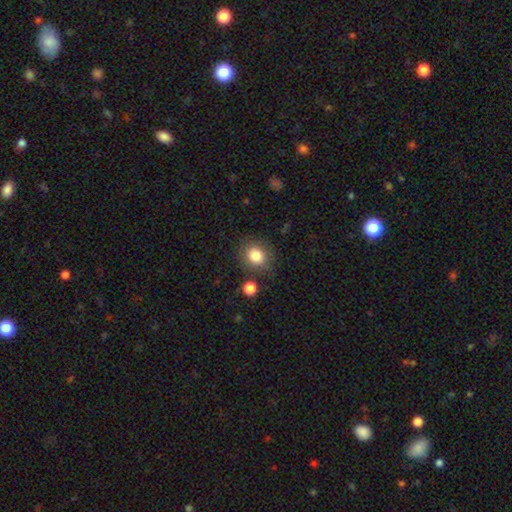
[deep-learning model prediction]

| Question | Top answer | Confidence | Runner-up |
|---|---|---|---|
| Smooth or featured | smooth | 83% | star or artifact (10%) |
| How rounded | round | 77% | in between (23%) |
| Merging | none | 79% | minor disturbance (12%) |